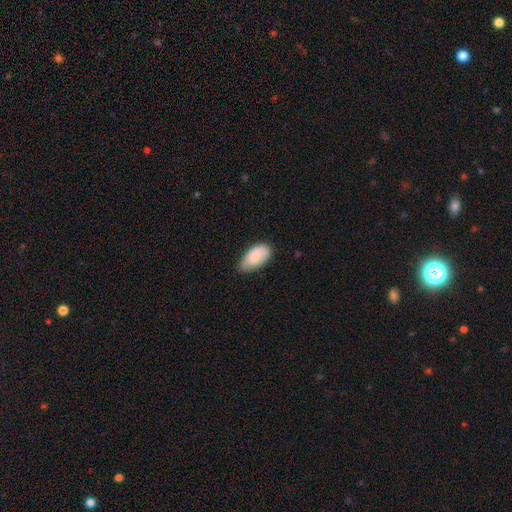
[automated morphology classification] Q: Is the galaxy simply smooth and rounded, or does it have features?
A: smooth — 83%.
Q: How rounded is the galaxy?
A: in between — 95%.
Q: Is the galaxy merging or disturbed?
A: none — 65%.